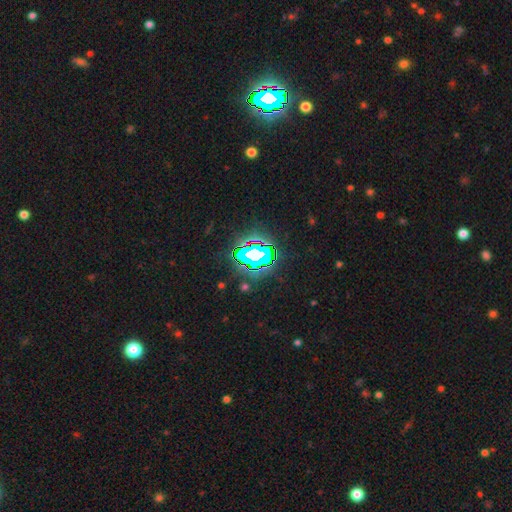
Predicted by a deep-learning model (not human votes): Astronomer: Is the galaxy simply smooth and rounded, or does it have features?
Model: star or artifact — 71%.